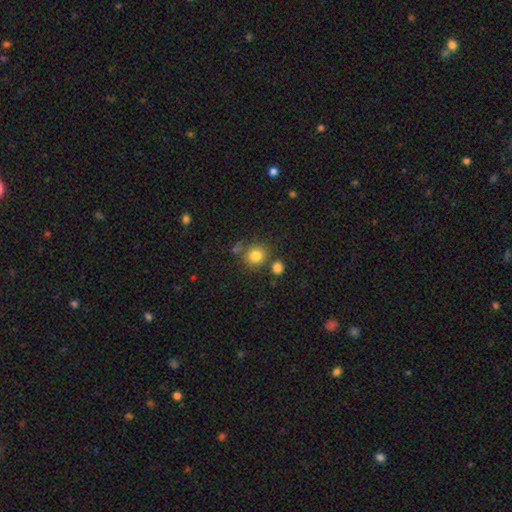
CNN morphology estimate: The model was most divided on "merging": none: 70%, merger: 13%, minor disturbance: 12%, major disturbance: 4%. More confident: how rounded — round (87%); smooth or featured — smooth (81%).